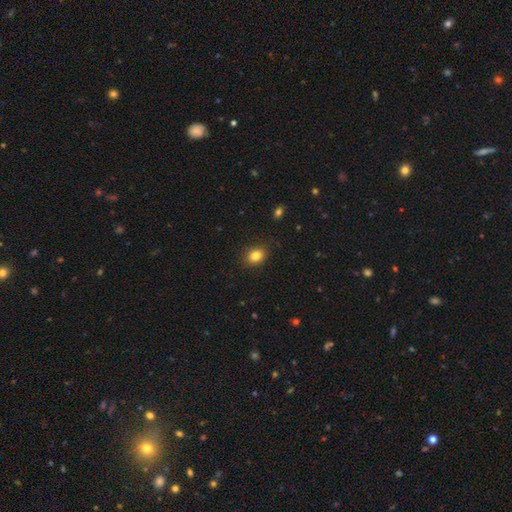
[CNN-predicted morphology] A smooth galaxy with no disk features (84%) that is in between round and cigar-shaped (61%).

Vote fractions:
- Smooth or featured? smooth: 84% / star or artifact: 10% / featured or disk: 6%
- How rounded? in between: 61% / round: 38% / cigar-shaped: 1%
- Merging? none: 87% / minor disturbance: 9% / major disturbance: 2% / merger: 1%